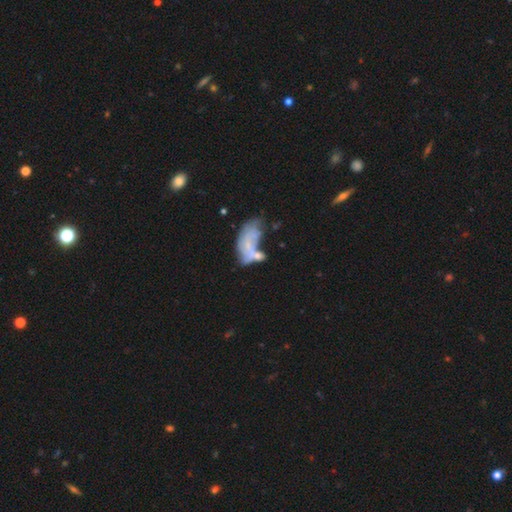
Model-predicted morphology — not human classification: type=featured or disk (48%); merging=merger (36%).